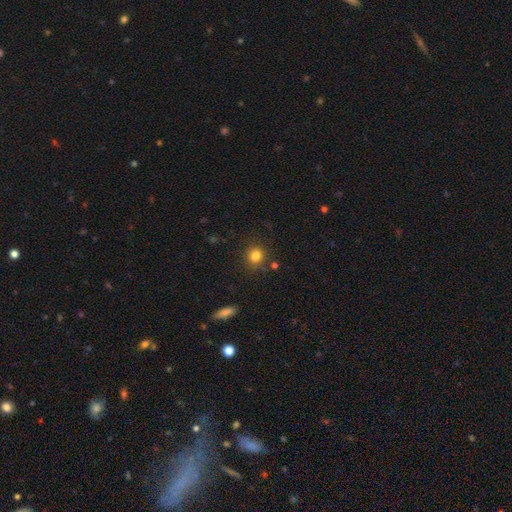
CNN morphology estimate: The model was most divided on "how rounded": round: 82%, in between: 17%, cigar-shaped: 1%. More confident: smooth or featured — smooth (83%); merging — none (82%).